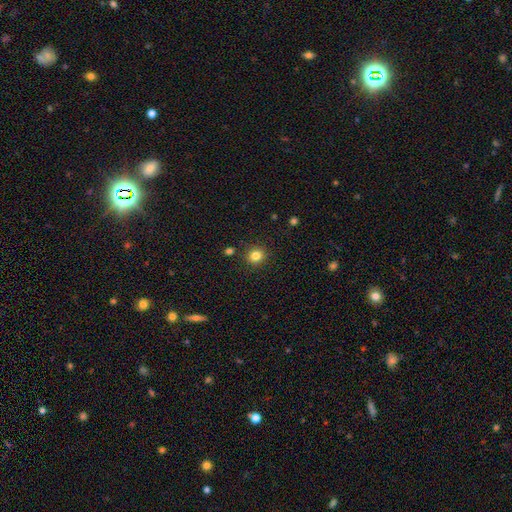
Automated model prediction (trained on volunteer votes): This is clearly a smooth galaxy (83%). How rounded: clearly round (85%). Merging: clearly none (89%).